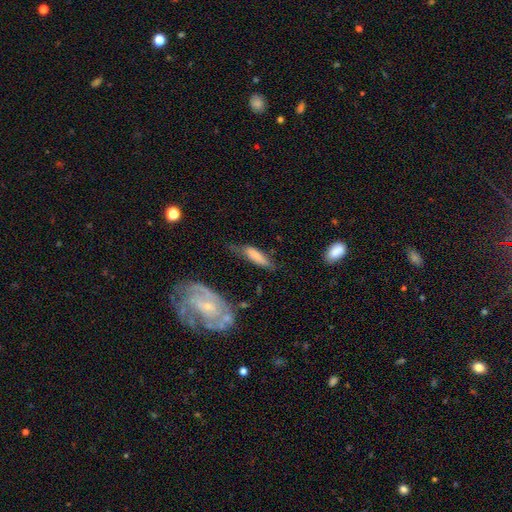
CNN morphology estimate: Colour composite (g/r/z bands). It shows a smooth galaxy with no disk features (67%) that is cigar-shaped (58%). Merging: none (47%).